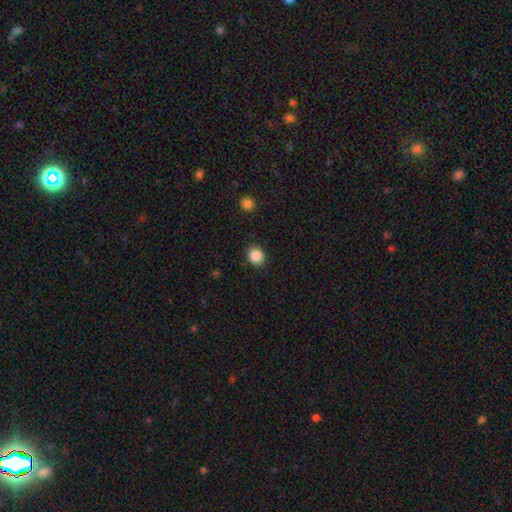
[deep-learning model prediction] A smooth galaxy with no disk features (86%) that is round (77%).

Vote fractions:
- Smooth or featured? smooth: 86% / star or artifact: 10% / featured or disk: 4%
- How rounded? round: 77% / in between: 22% / cigar-shaped: 1%
- Merging? none: 86% / minor disturbance: 10% / major disturbance: 3% / merger: 1%